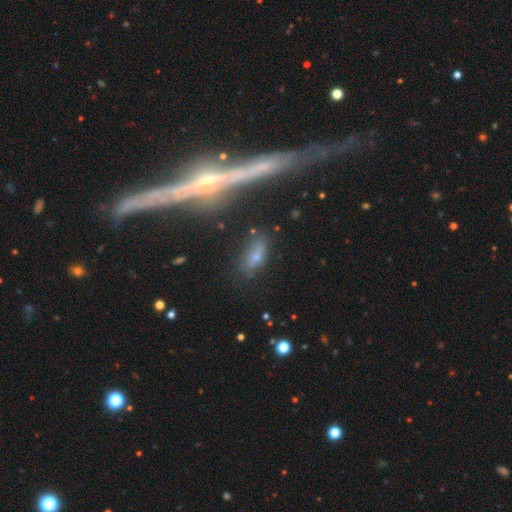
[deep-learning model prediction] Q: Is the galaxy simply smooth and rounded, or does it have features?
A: smooth — 54%.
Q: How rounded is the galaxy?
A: in between — 69%.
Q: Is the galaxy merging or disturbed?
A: none — 65%.